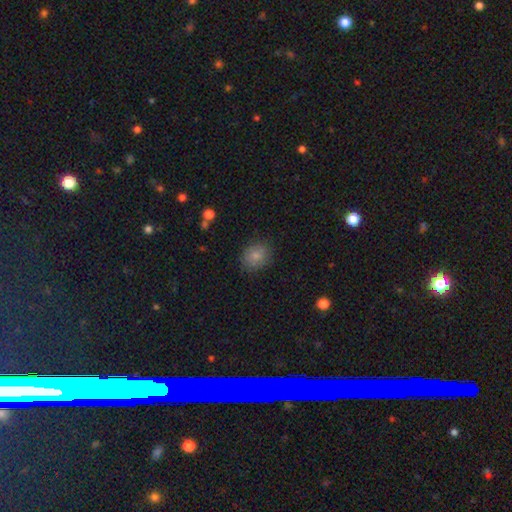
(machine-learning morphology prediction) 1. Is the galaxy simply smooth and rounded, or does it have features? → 83% smooth, 9% star or artifact, 8% featured or disk.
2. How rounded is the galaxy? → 60% round, 39% in between, 1% cigar-shaped.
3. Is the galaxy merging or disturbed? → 82% none, 13% minor disturbance, 4% major disturbance, 1% merger.